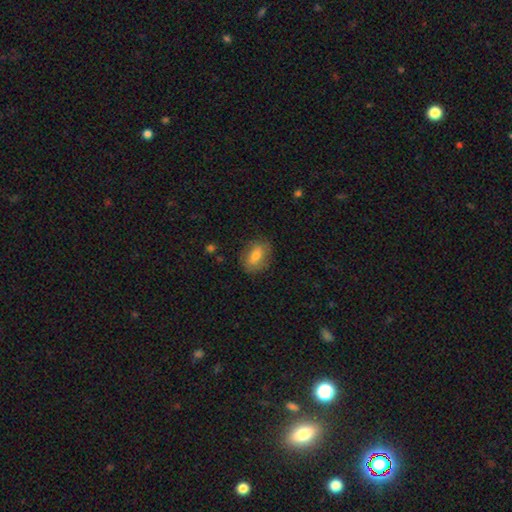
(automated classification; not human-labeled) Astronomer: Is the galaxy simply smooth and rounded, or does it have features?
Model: smooth — 77%.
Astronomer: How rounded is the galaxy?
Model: in between — 80%.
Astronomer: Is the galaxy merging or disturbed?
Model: none — 81%.